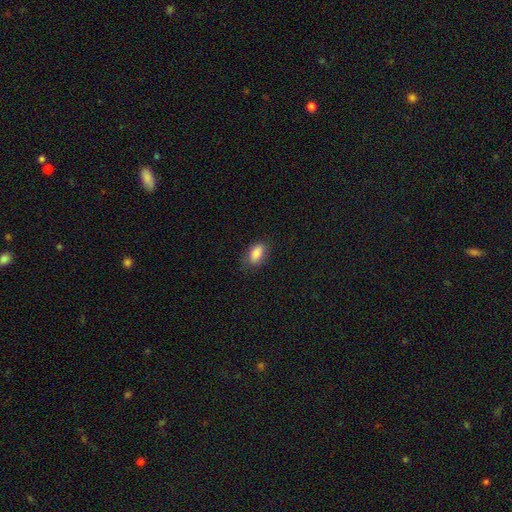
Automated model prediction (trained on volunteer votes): This appears to be a smooth galaxy with no disk features (86%) that is in between round and cigar-shaped (89%). Merging: none (78%).